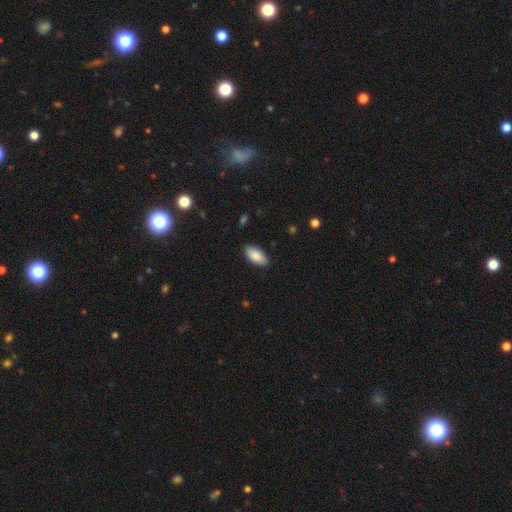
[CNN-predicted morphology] Smooth or featured: smooth — 86% (featured or disk — 8%)
How rounded: in between — 93% (cigar-shaped — 5%)
Merging: none — 86% (minor disturbance — 11%)